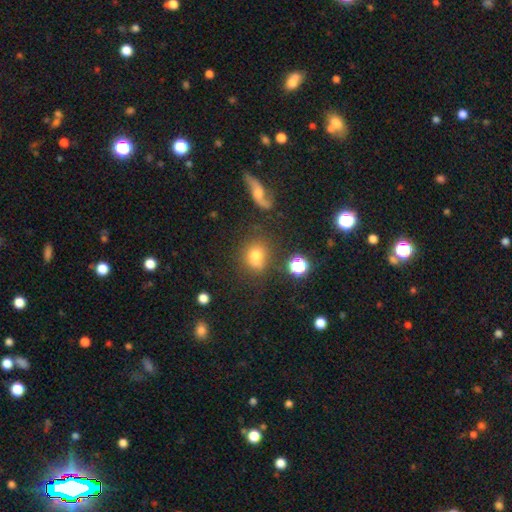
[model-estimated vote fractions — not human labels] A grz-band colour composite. It shows a smooth galaxy with no disk features (67%) that is round (68%). Merging: none (61%).